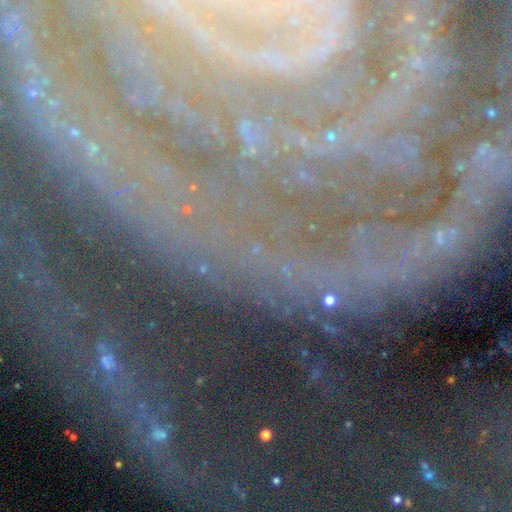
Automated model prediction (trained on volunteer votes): Q: Smooth or featured?
A: star or artifact (62%); runner-up: featured or disk (24%)